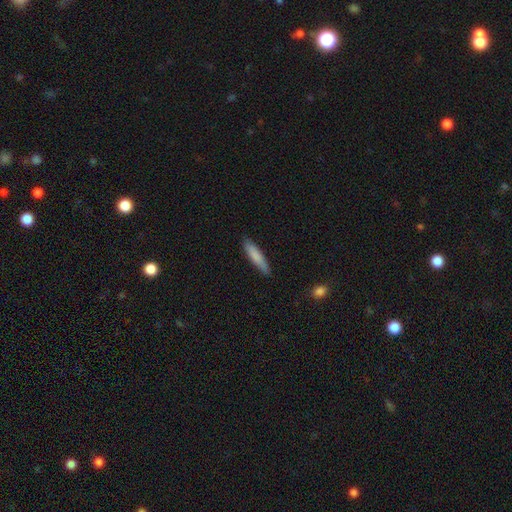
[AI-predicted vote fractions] This is clearly a smooth galaxy (81%). How rounded: clearly cigar-shaped (84%). Merging: clearly none (85%).